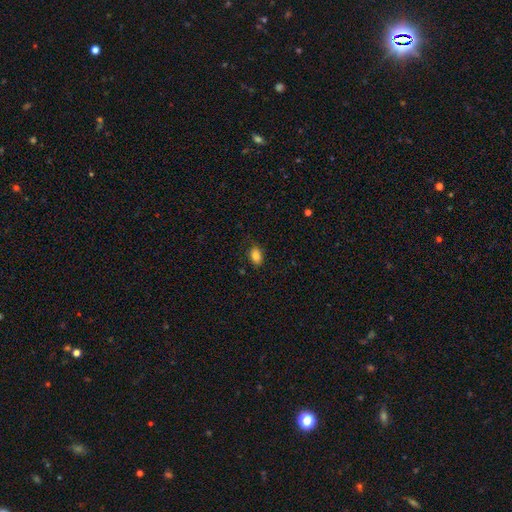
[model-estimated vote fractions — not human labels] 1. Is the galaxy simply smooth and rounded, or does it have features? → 85% smooth, 9% star or artifact, 6% featured or disk.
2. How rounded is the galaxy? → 84% in between, 15% round, 1% cigar-shaped.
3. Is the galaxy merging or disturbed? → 83% none, 13% minor disturbance, 3% major disturbance, 1% merger.